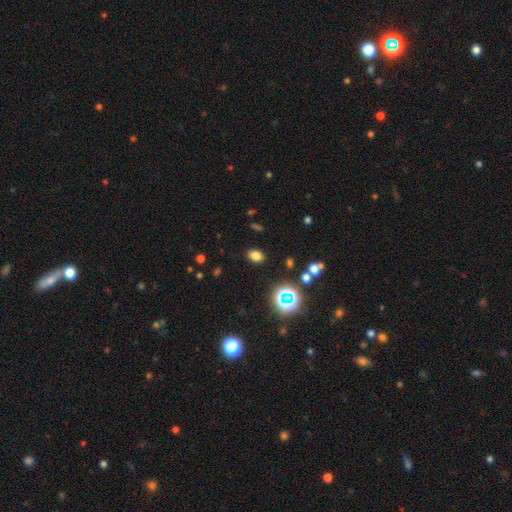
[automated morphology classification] smooth-or-featured: smooth: 74% | star or artifact: 19% | featured or disk: 7%
  how-rounded: in between: 77% | round: 21% | cigar-shaped: 1%
  merging: none: 87% | minor disturbance: 8% | major disturbance: 3% | merger: 2%